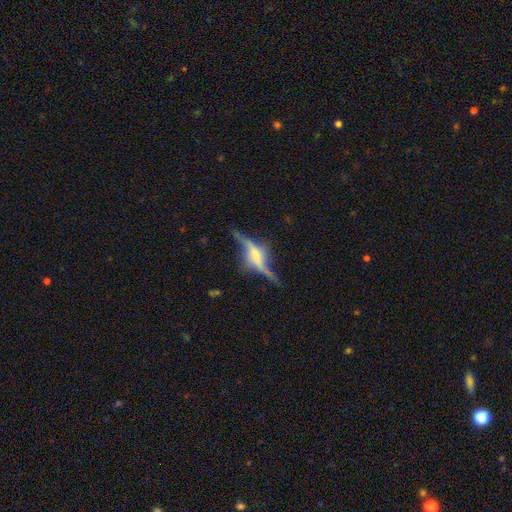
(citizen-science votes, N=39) A featured or disk galaxy (85%) viewed edge-on (52%) with a rounded central bulge (76%).

Vote fractions:
- Smooth or featured? featured or disk: 85% / smooth: 13% / star or artifact: 3%
- Edge-on disk? yes: 52% / no: 48%
- Edge-on bulge? rounded: 76% / boxy: 24% / none: 0%
- Merging? none: 45% / minor disturbance: 34% / major disturbance: 16% / merger: 5%